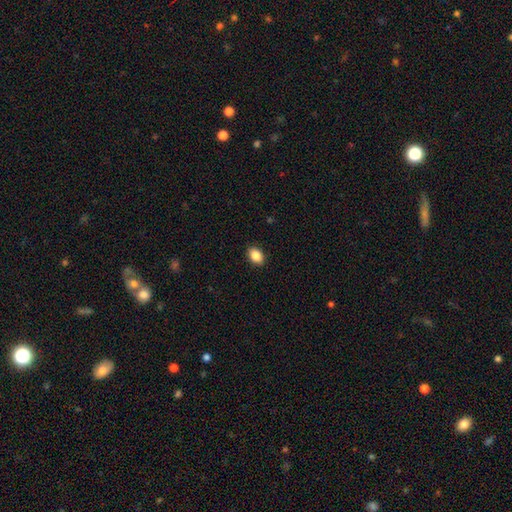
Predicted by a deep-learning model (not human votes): A smooth galaxy with no disk features (87%) that is in between round and cigar-shaped (78%). Merging: none (91%).